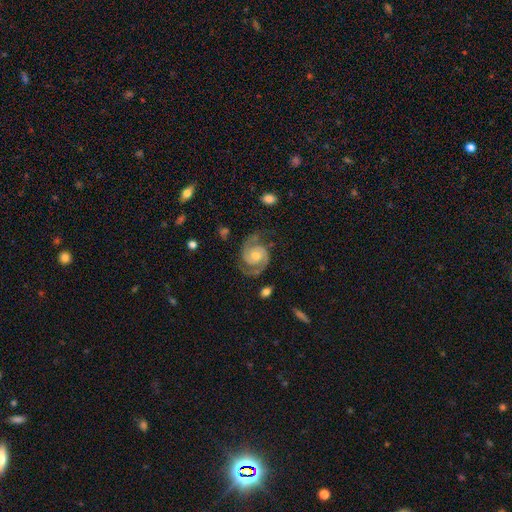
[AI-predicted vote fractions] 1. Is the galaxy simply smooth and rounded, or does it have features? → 92% featured or disk, 5% star or artifact, 4% smooth.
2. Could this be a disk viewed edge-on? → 98% no, 2% yes.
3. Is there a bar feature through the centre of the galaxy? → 70% no, 24% weak, 6% strong.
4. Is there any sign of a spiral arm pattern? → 98% yes, 2% no.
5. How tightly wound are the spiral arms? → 49% medium, 41% tight, 10% loose.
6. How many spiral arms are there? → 94% 2, 2% can't tell, 1% 3, 1% 1, 1% 4, 1% more than 4.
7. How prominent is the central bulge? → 58% moderate, 36% small, 3% large, 2% none, 1% dominant.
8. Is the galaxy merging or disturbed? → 78% none, 15% minor disturbance, 6% major disturbance, 2% merger.